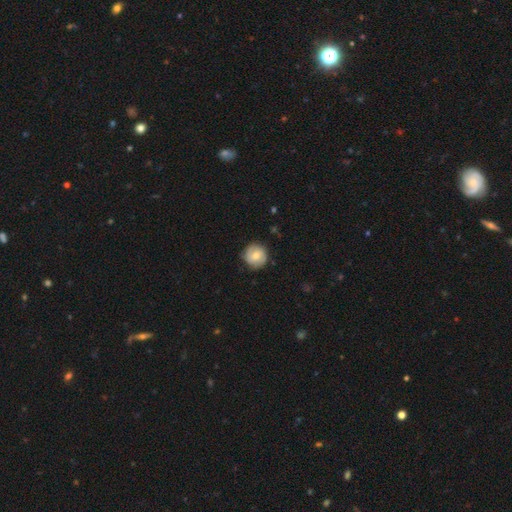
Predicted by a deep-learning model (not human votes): Smooth or featured? Predicted: smooth (p=0.55). How rounded? Predicted: round (p=0.93). Merging? Predicted: none (p=0.82).